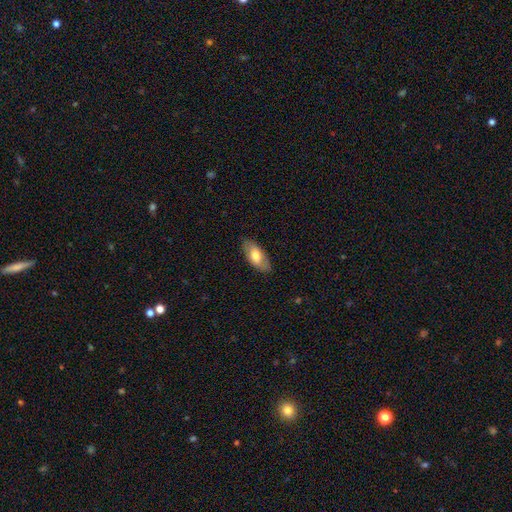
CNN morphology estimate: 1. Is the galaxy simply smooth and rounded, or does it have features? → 65% smooth, 29% featured or disk, 6% star or artifact.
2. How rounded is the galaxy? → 91% in between, 6% cigar-shaped, 3% round.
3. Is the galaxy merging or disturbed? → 83% none, 14% minor disturbance, 3% major disturbance, 1% merger.